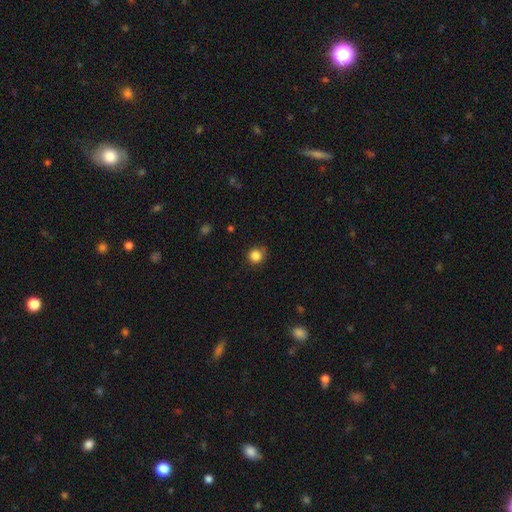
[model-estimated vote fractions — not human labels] Morphology: type=smooth (84%); roundness=round (89%); merging=none (80%).